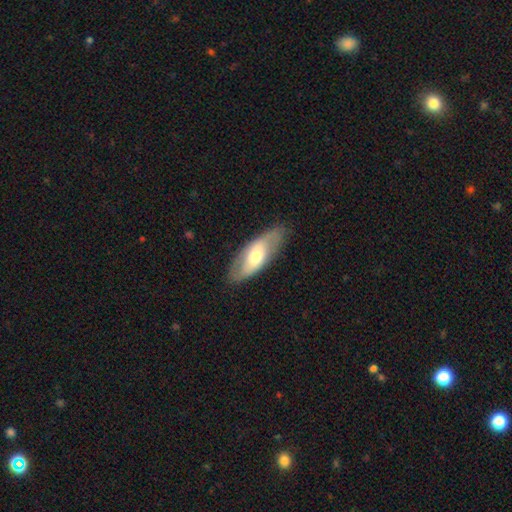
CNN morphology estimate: smooth 48%, featured or disk 46%, star or artifact 6%. Down the decision tree: merging — none (82%).